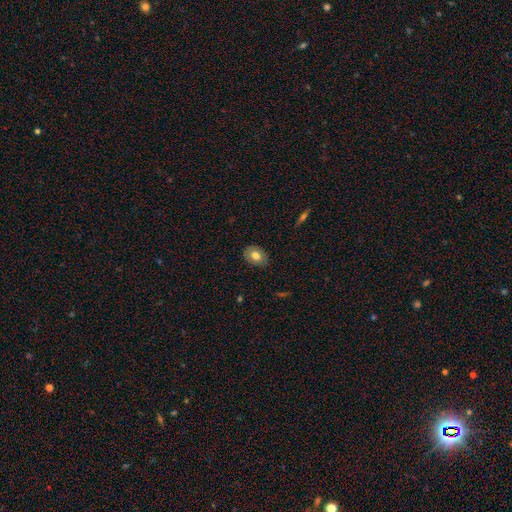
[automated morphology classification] type=smooth (75%); roundness=in between (77%); merging=none (86%).